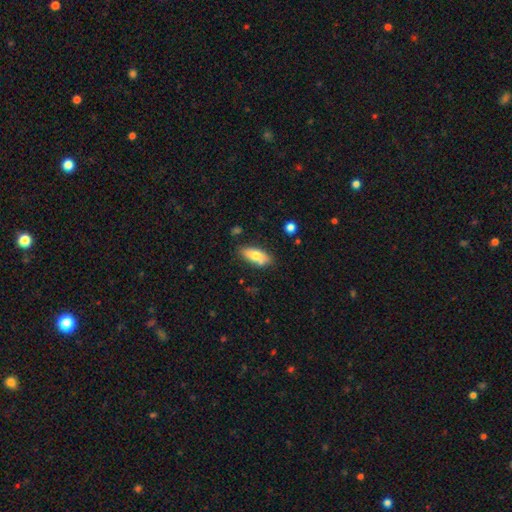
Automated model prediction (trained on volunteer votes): This is likely a smooth galaxy (73%). How rounded: likely in between (78%). Merging: likely none (74%).